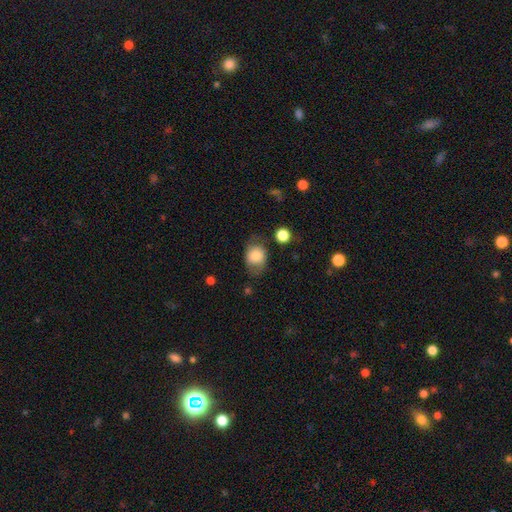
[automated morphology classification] Q: Smooth or featured?
A: smooth (77%); runner-up: featured or disk (14%)
Q: How rounded?
A: in between (55%); runner-up: round (44%)
Q: Merging?
A: none (63%); runner-up: minor disturbance (24%)